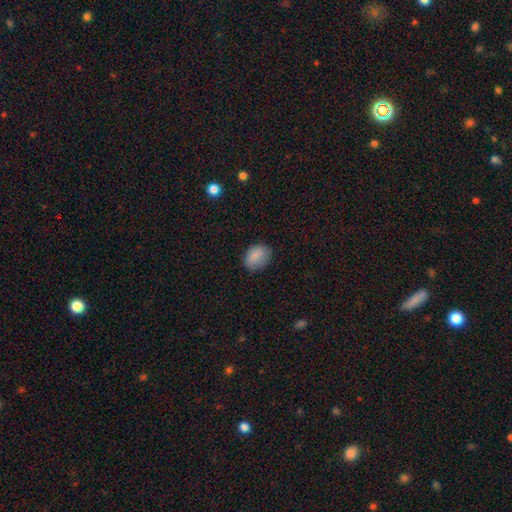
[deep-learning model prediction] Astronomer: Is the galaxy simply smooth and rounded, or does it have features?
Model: smooth — 87%.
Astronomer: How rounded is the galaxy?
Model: in between — 71%.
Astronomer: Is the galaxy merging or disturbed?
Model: none — 78%.